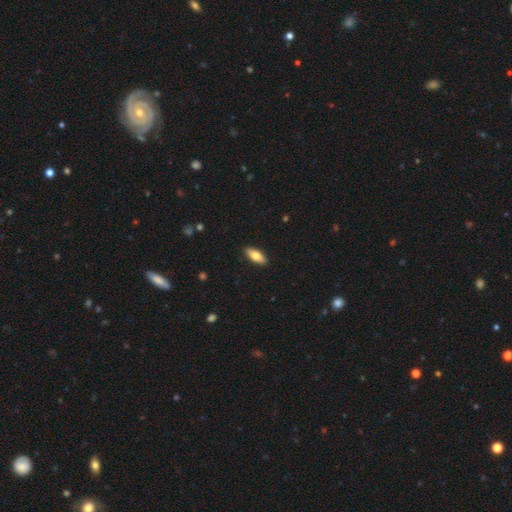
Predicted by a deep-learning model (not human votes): smooth 77%, featured or disk 18%, star or artifact 6%. Down the decision tree: how rounded — in between (77%); merging — none (89%).